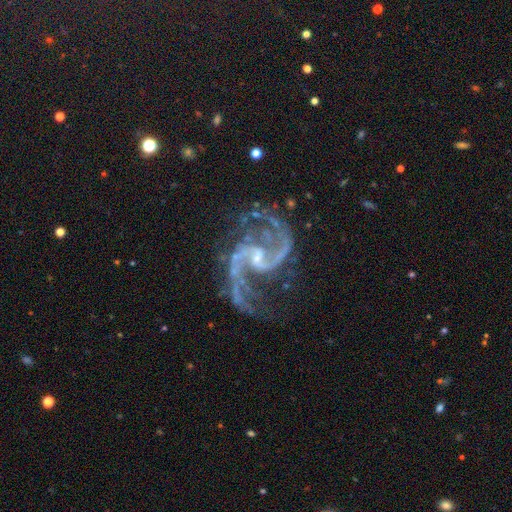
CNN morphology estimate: A featured or disk galaxy (93%) with a weak bar (53%), 2 (89%) medium (46%, tied with loose) spiral arms (98%) and a small central bulge (68%). Merging: none (63%).